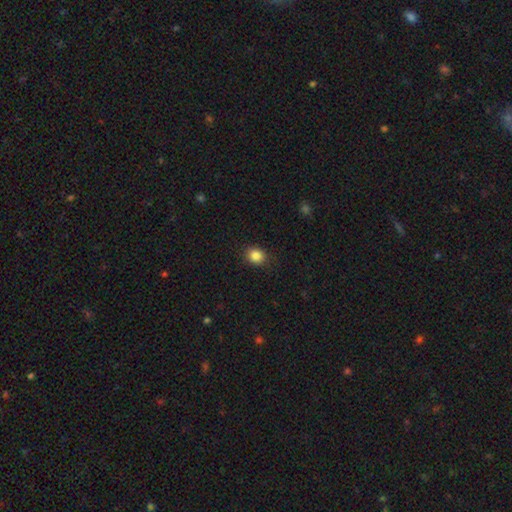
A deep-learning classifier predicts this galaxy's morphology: This is clearly a smooth galaxy (85%). How rounded: likely round (67%). Merging: clearly none (87%).